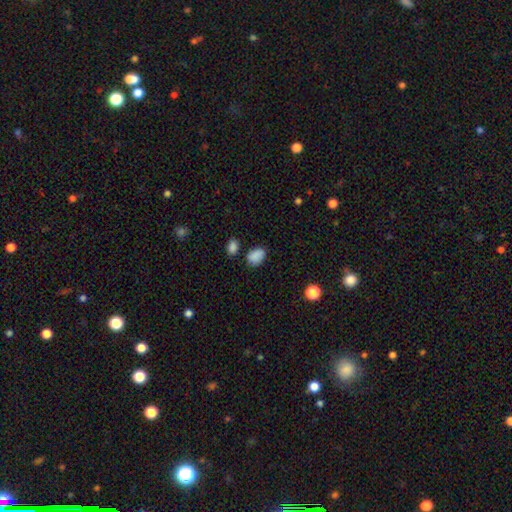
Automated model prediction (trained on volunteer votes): smooth_or_featured: smooth (p=0.86) [alt: star or artifact p=0.10]
how_rounded: in between (p=0.84) [alt: round p=0.15]
merging: none (p=0.74) [alt: minor disturbance p=0.17]